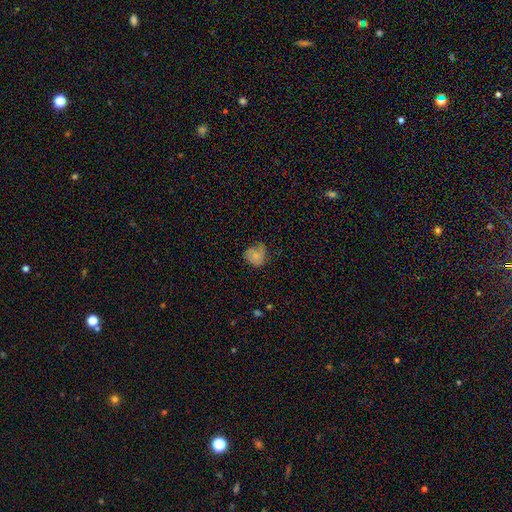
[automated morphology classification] type=smooth (63%); roundness=round (70%); merging=none (46%).